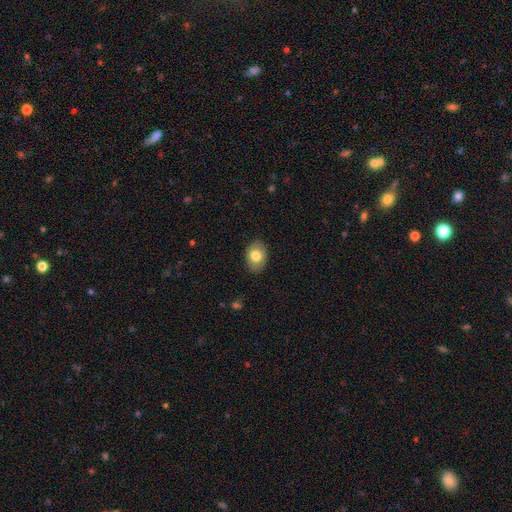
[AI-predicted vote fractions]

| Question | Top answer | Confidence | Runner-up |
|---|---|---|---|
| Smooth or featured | smooth | 77% | featured or disk (16%) |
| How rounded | in between | 78% | round (21%) |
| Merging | none | 85% | minor disturbance (11%) |